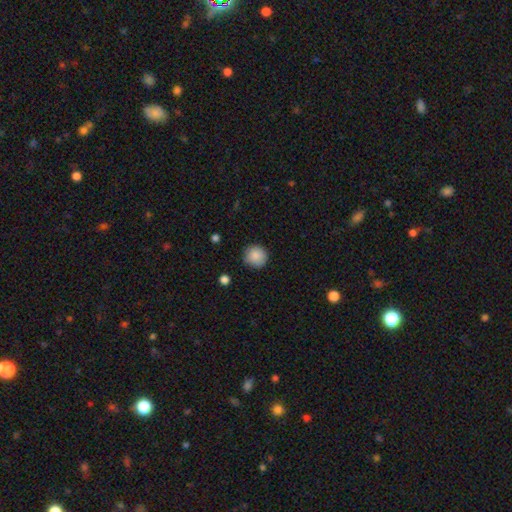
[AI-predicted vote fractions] Q: Smooth or featured?
A: smooth (88%); runner-up: star or artifact (8%)
Q: How rounded?
A: round (93%); runner-up: in between (6%)
Q: Merging?
A: none (88%); runner-up: minor disturbance (9%)